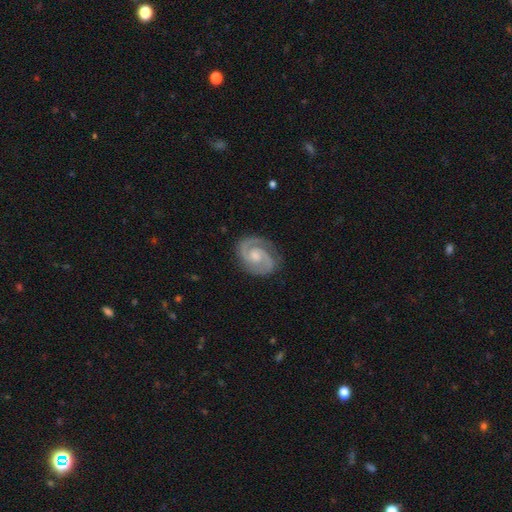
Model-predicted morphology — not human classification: Smooth or featured: featured or disk — 91% (smooth — 5%)
Edge-on disk: no — 98% (yes — 2%)
Bar: no — 55% (weak — 38%)
Spiral arms: yes — 98% (no — 2%)
Spiral winding: medium — 47% (tied with tight — 47%)
Spiral arm count: 2 — 93% (can't tell — 2%)
Bulge size: moderate — 49% (small — 37%)
Merging: none — 82% (minor disturbance — 13%)